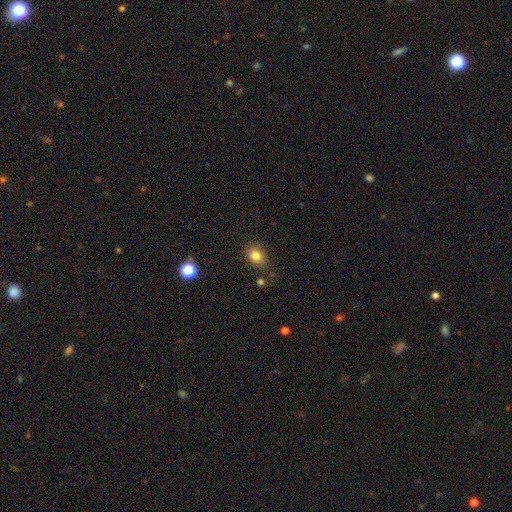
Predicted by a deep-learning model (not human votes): Smooth or featured?
  - smooth: 82% *
  - star or artifact: 12%
  - featured or disk: 7%
How rounded?
  - in between: 50% *
  - round: 49%
  - cigar-shaped: 1%
Merging?
  - none: 72% *
  - minor disturbance: 18%
  - major disturbance: 5%
  - merger: 5%